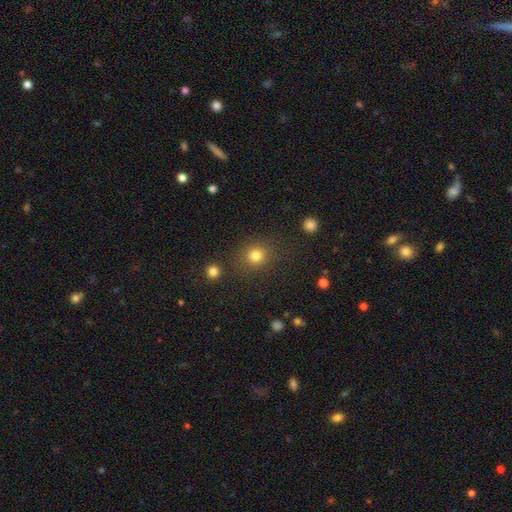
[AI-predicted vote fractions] Smooth or featured? Predicted: smooth (p=0.80). How rounded? Predicted: round (p=0.86). Merging? Predicted: none (p=0.84).